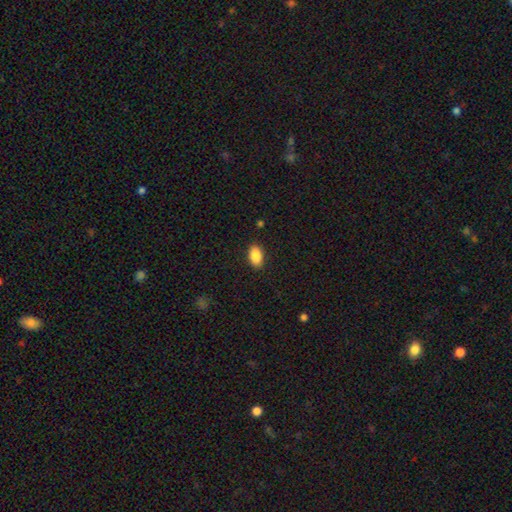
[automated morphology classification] type=smooth (88%); roundness=in between (92%); merging=none (88%).